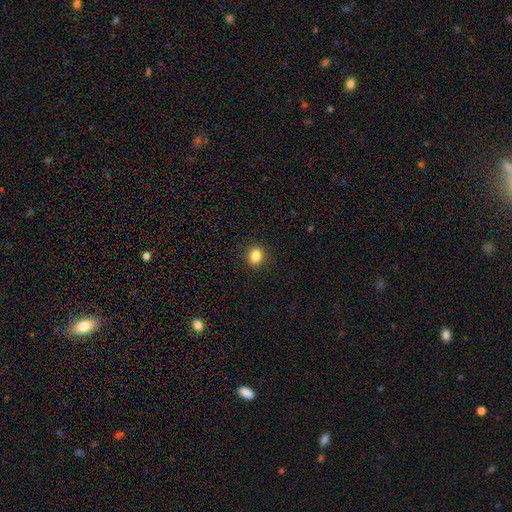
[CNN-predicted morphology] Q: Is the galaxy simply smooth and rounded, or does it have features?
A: smooth — 85%.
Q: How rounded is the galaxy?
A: round — 73%.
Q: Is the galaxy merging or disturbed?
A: none — 91%.